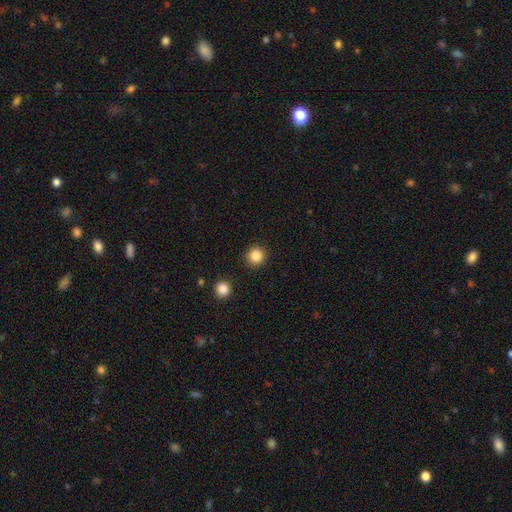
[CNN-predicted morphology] type=smooth (86%); roundness=round (94%); merging=none (91%).